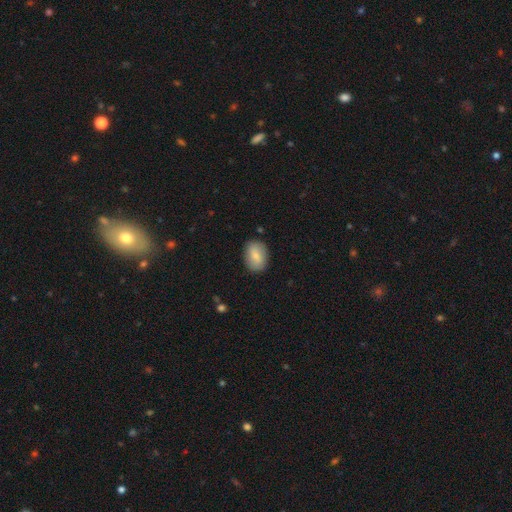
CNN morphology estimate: smooth_or_featured: smooth (p=0.80) [alt: featured or disk p=0.13]
how_rounded: in between (p=0.79) [alt: round p=0.20]
merging: none (p=0.85) [alt: minor disturbance p=0.11]